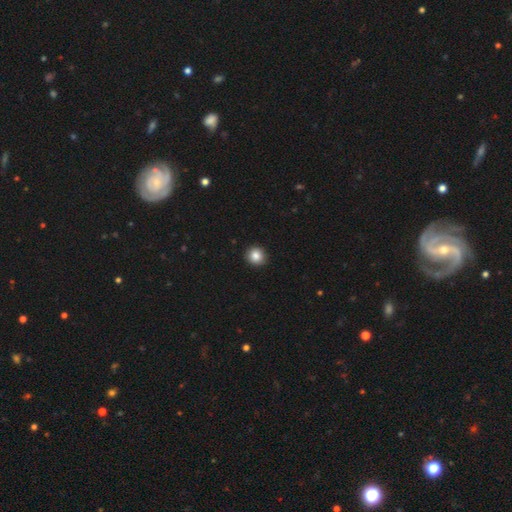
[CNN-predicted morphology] The model was most divided on "smooth or featured": smooth: 86%, star or artifact: 10%, featured or disk: 5%. More confident: merging — none (93%); how rounded — round (91%).